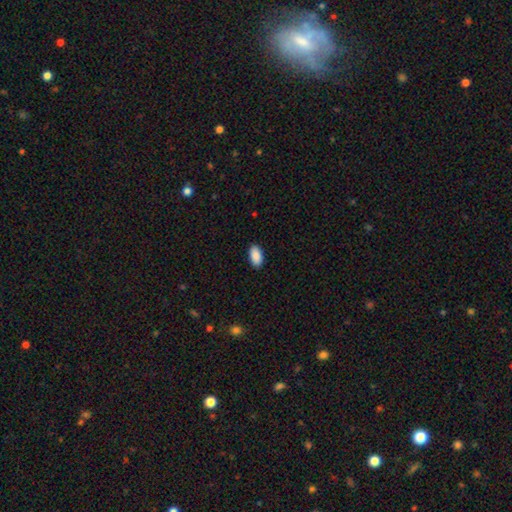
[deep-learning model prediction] Morphology: type=smooth (90%); roundness=in between (95%); merging=none (90%).